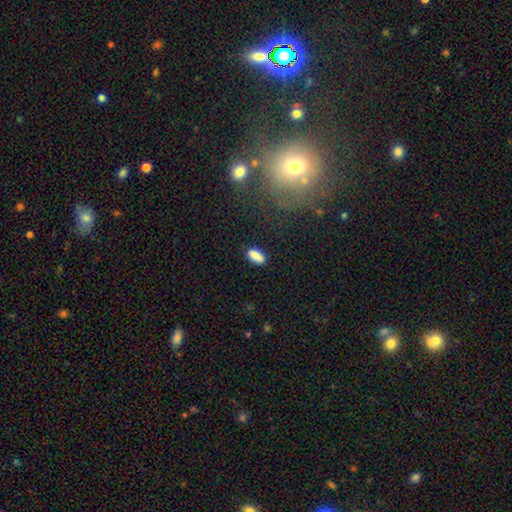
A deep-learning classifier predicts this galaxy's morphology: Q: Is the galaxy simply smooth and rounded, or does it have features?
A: smooth — 87%.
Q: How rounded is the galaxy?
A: in between — 82%.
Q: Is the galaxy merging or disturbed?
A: none — 83%.